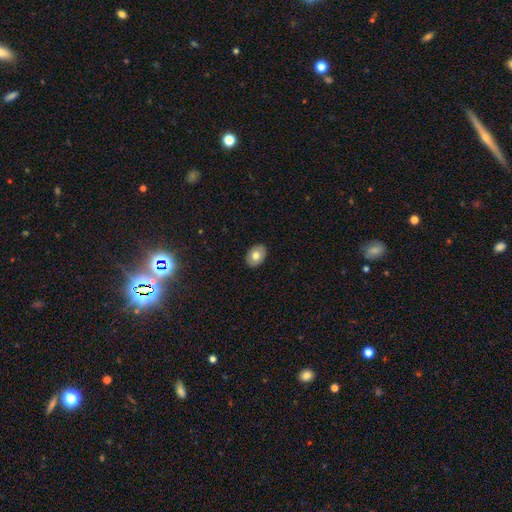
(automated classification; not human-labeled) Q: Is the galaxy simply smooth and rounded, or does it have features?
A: smooth — 73%.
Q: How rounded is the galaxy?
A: in between — 76%.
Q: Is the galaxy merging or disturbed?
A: none — 89%.